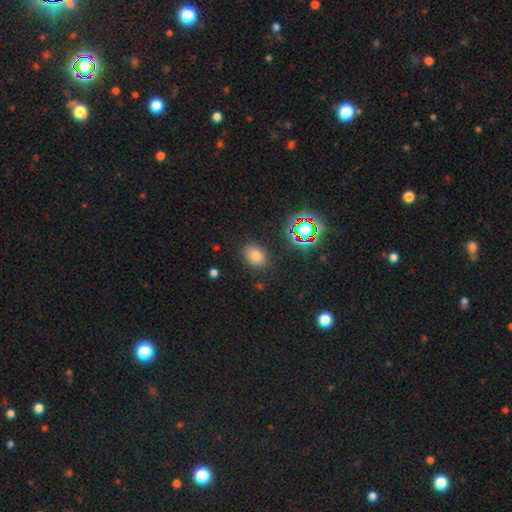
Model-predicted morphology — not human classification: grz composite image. It shows a smooth galaxy with no disk features (74%) that is in between round and cigar-shaped (63%). Merging: none (83%).